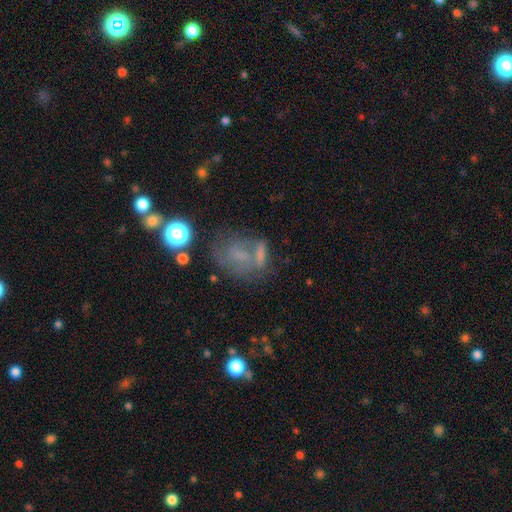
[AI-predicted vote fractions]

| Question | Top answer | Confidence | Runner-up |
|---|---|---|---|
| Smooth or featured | smooth | 45% | featured or disk (32%) |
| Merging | none | 40% | major disturbance (21%) |